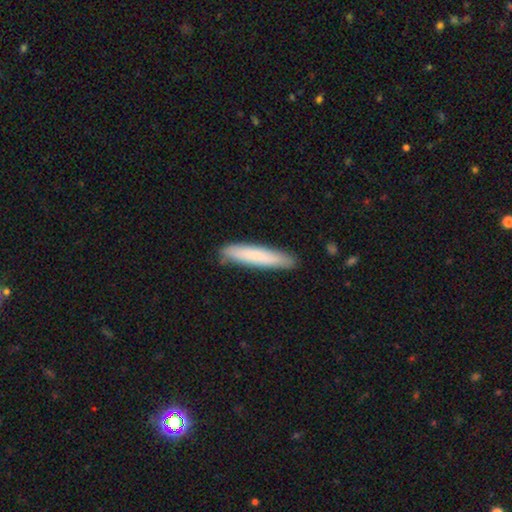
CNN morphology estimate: A smooth galaxy with no disk features (78%) that is cigar-shaped (90%). Merging: none (86%).